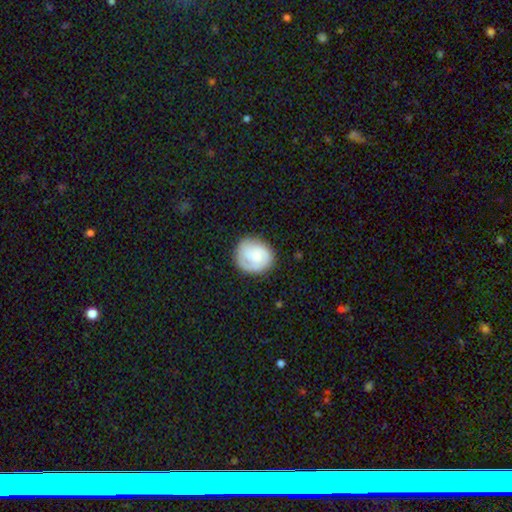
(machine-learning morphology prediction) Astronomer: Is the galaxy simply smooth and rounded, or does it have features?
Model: featured or disk — 51% (runner-up: smooth, 43%).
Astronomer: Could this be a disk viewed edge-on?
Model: no — 98%.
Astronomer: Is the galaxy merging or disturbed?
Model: none — 76%.